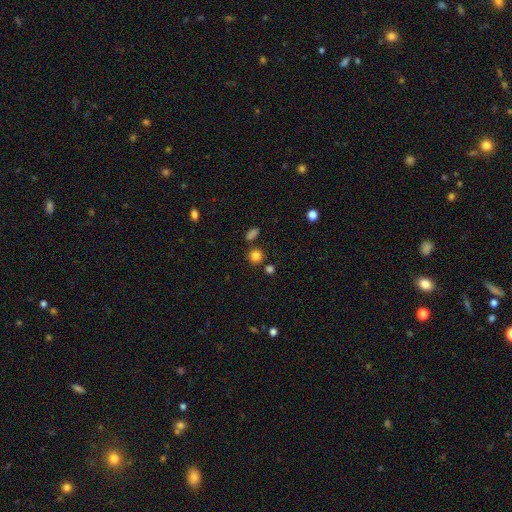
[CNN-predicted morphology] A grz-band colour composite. It shows a smooth galaxy with no disk features (81%) that is round (89%). Merging: none (79%).